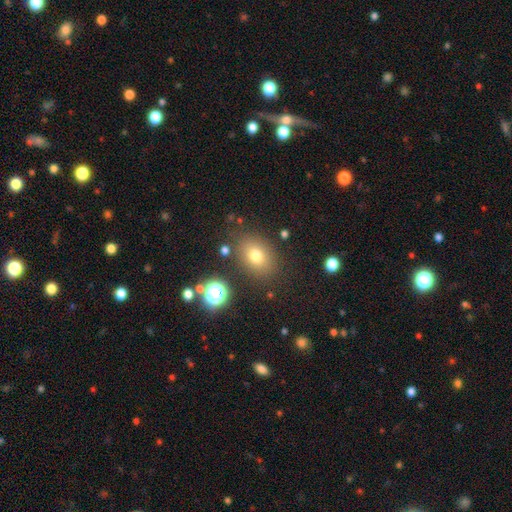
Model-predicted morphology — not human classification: smooth-or-featured: smooth: 74% | star or artifact: 15% | featured or disk: 11%
  how-rounded: in between: 59% | round: 39% | cigar-shaped: 1%
  merging: none: 81% | minor disturbance: 11% | major disturbance: 4% | merger: 3%